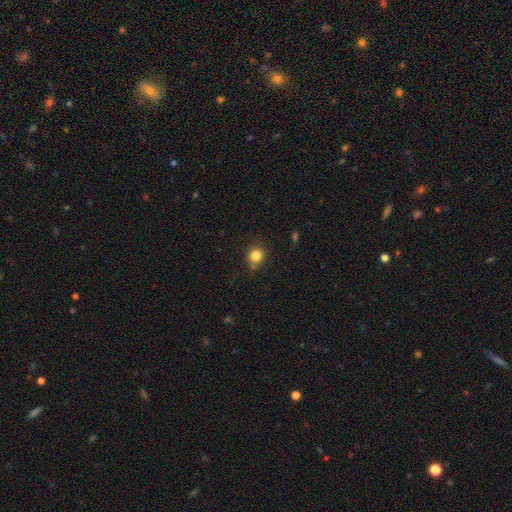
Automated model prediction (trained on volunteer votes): Smooth or featured? Predicted: smooth (p=0.83). How rounded? Predicted: round (p=0.84). Merging? Predicted: none (p=0.77).